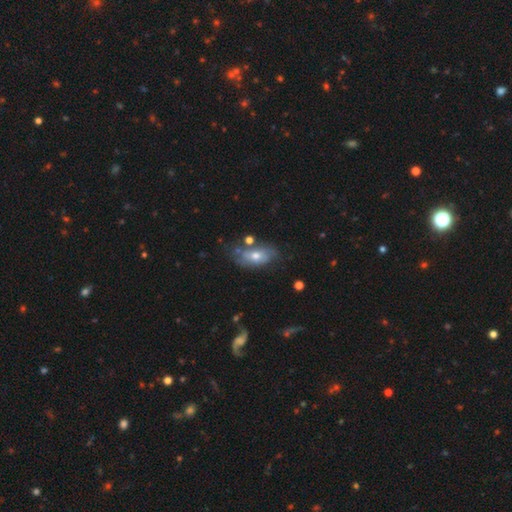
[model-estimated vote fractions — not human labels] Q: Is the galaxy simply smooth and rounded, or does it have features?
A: featured or disk — 45%, tied with smooth.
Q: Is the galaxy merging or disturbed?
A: none — 56%.